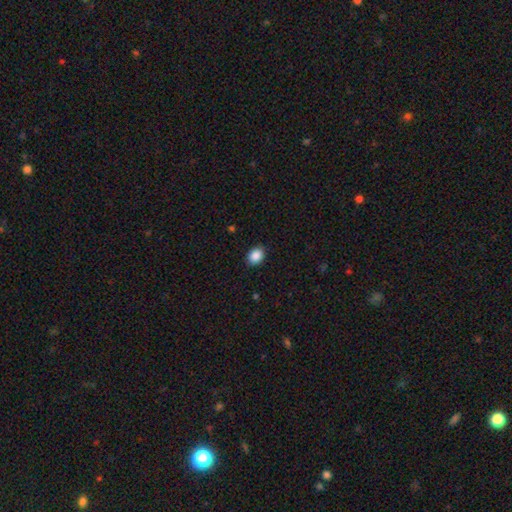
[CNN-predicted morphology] smooth 88%, star or artifact 8%, featured or disk 4%. Down the decision tree: how rounded — in between (61%); merging — none (88%).